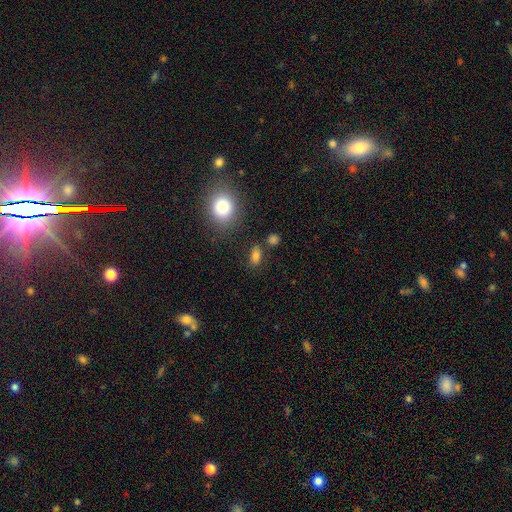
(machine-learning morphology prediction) Overall: smooth (80%). How rounded: in between (80%). Merging: none (77%).